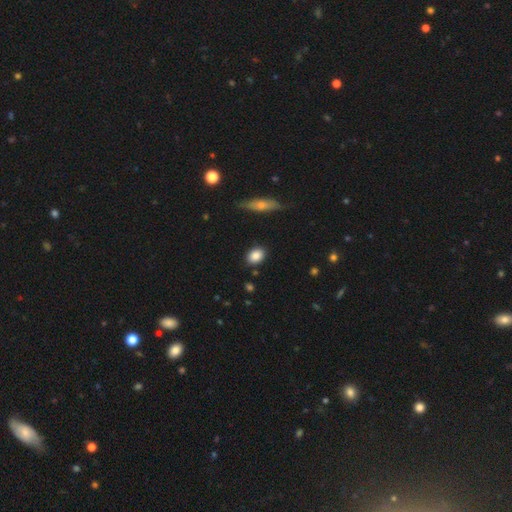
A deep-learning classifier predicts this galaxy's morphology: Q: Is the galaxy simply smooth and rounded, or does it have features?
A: smooth — 86%.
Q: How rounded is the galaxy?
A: in between — 68%.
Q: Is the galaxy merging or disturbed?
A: none — 87%.